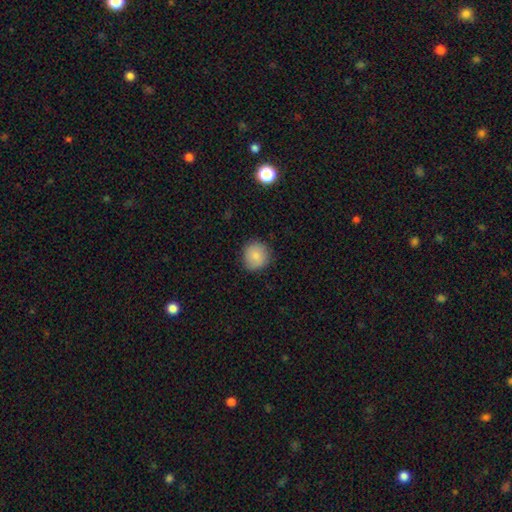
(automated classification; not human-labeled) Smooth or featured: smooth — 84% (star or artifact — 8%)
How rounded: round — 89% (in between — 10%)
Merging: none — 85% (minor disturbance — 11%)